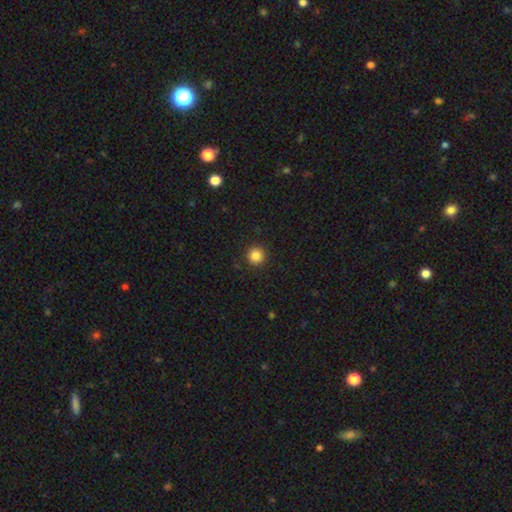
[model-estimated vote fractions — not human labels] A smooth galaxy with no disk features (84%) that is round (96%). Merging: none (93%).